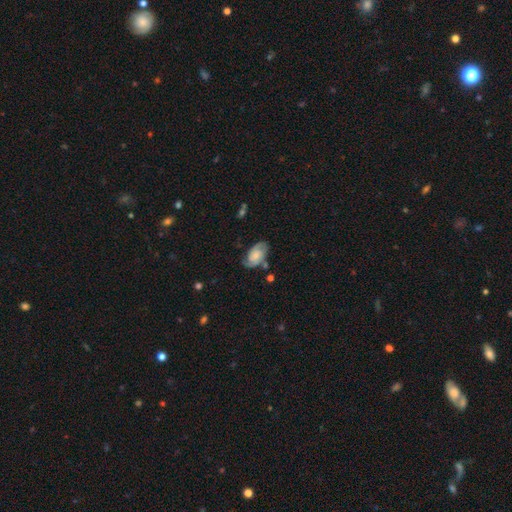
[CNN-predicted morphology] Overall: featured or disk (71%). Edge-on disk: no (96%). Bar: no (68%). Spiral arms: yes (94%). Spiral arm count: 2 (80%). Spiral winding: tight (45%; medium 40%). Bulge size: small (49%; moderate 28%). Merging: none (68%).